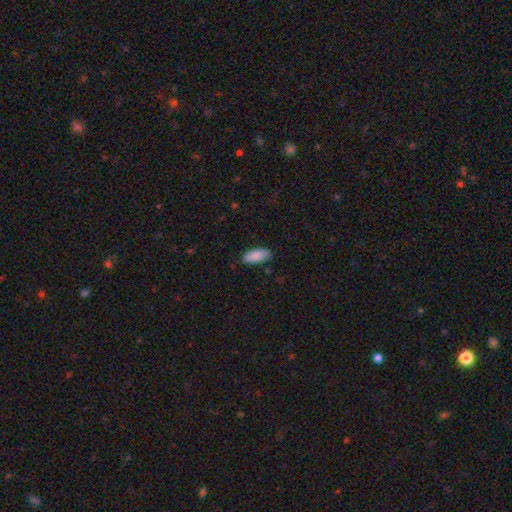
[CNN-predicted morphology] Overall: smooth (89%). How rounded: in between (86%). Merging: none (86%).